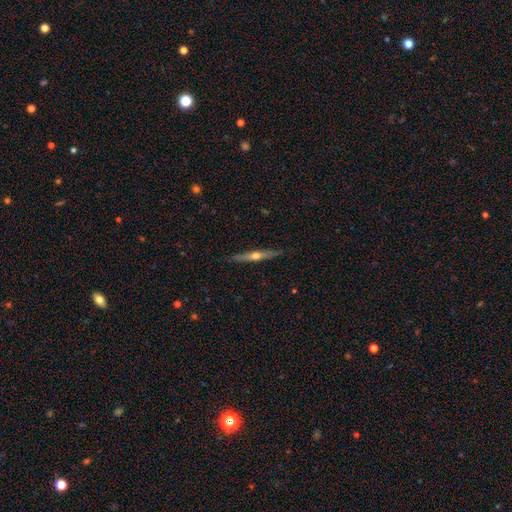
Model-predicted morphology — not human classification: Smooth or featured? featured or disk (64%)
Edge-on disk? yes (96%)
Edge-on bulge? rounded (88%)
Merging? none (88%)